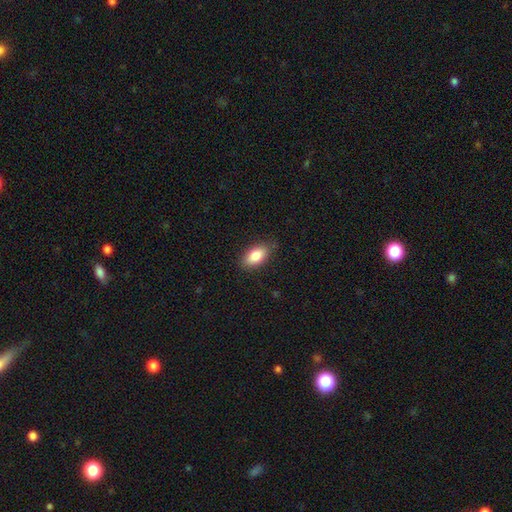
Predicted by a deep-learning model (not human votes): This is clearly a smooth galaxy (84%). How rounded: clearly in between (91%). Merging: clearly none (84%).